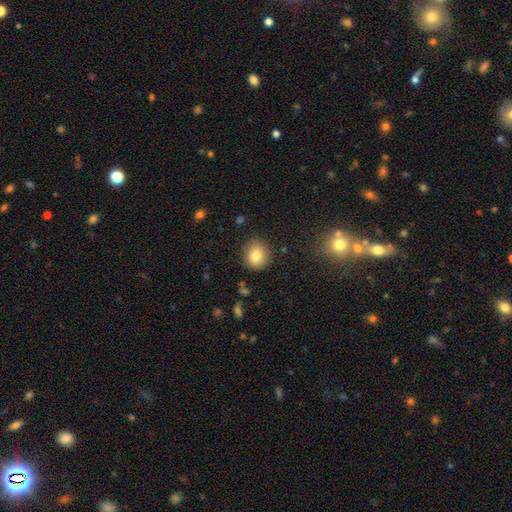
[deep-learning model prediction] Q: Smooth or featured?
A: smooth (81%); runner-up: star or artifact (11%)
Q: How rounded?
A: round (83%); runner-up: in between (16%)
Q: Merging?
A: none (87%); runner-up: minor disturbance (9%)